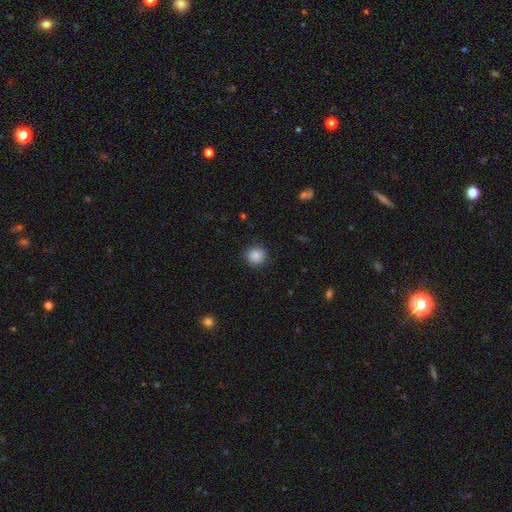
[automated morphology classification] smooth 87%, star or artifact 9%, featured or disk 4%. Down the decision tree: how rounded — round (90%); merging — none (86%).